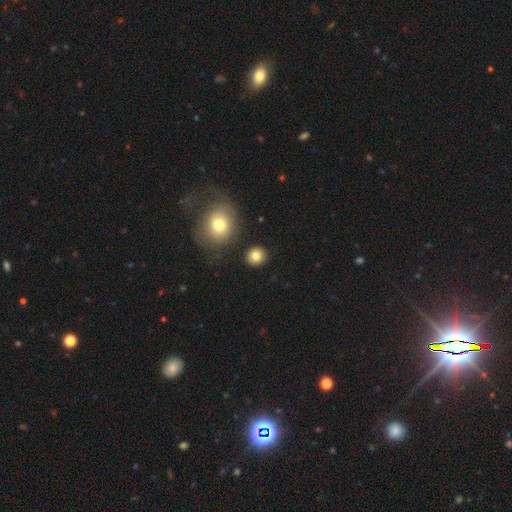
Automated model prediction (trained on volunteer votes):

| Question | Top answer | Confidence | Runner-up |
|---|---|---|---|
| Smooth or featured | smooth | 82% | star or artifact (10%) |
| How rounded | round | 88% | in between (11%) |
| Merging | none | 89% | minor disturbance (6%) |